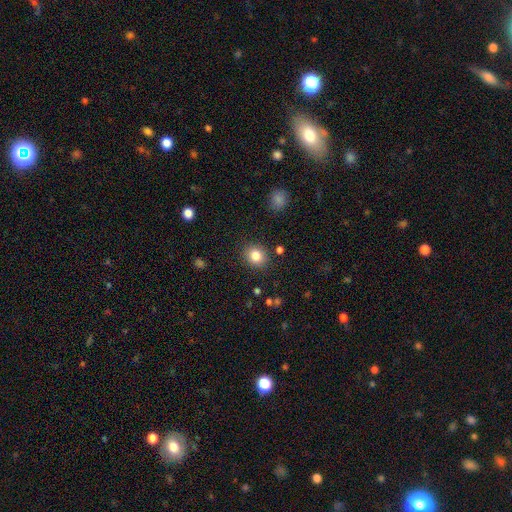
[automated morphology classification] Smooth or featured?
  - smooth: 83% *
  - star or artifact: 10%
  - featured or disk: 6%
How rounded?
  - round: 73% *
  - in between: 26%
  - cigar-shaped: 1%
Merging?
  - none: 87% *
  - minor disturbance: 8%
  - major disturbance: 3%
  - merger: 2%